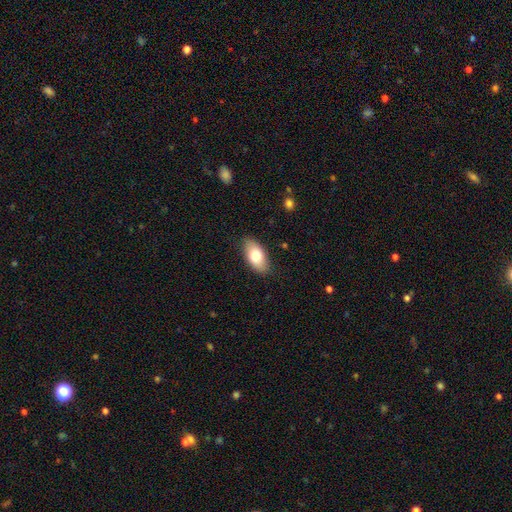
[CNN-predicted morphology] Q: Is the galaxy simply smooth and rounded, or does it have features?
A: smooth — 77%.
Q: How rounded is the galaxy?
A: in between — 92%.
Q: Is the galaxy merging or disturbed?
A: none — 86%.